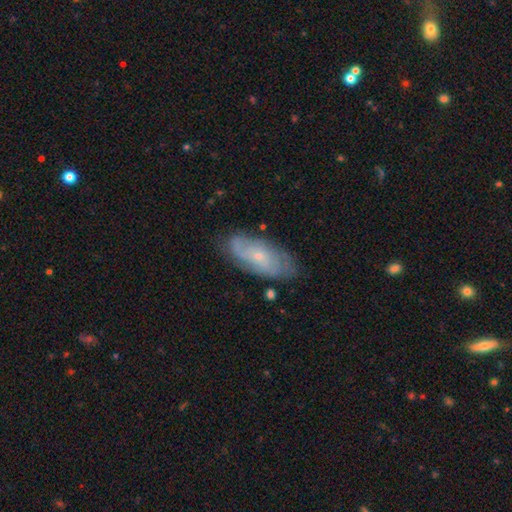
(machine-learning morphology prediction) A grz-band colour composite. It shows a featured or disk galaxy (68%) with no bar (72%), tight (46%) spiral arms (86%) and a small central bulge (77%). Merging: none (74%).